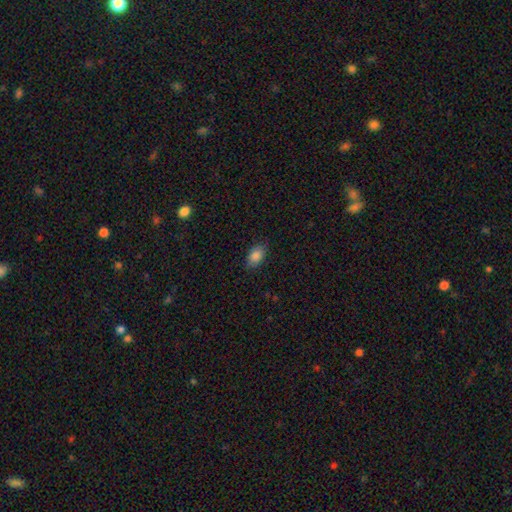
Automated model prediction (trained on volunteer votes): Smooth or featured: smooth — 86% (star or artifact — 8%)
How rounded: in between — 90% (round — 8%)
Merging: none — 84% (minor disturbance — 12%)